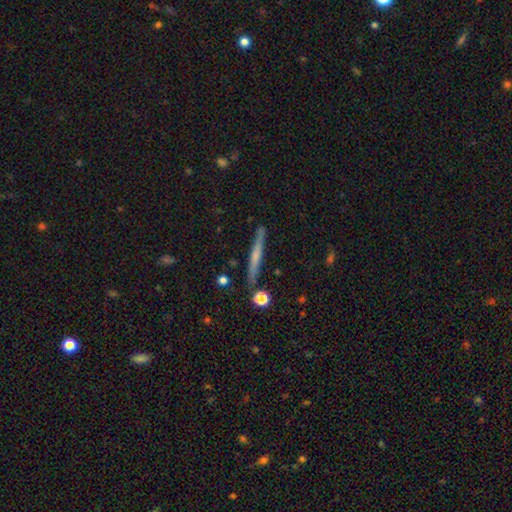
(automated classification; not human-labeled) Smooth or featured? Predicted: featured or disk (p=0.52). Edge-on disk? Predicted: yes (p=0.97). Merging? Predicted: none (p=0.88).